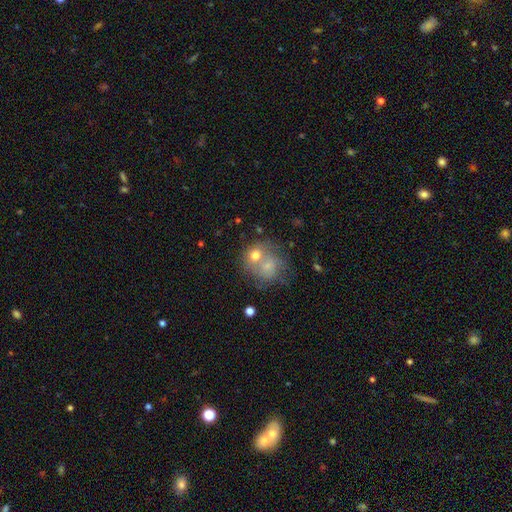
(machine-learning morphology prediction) The model was most divided on "merging": merger: 57%, none: 27%, minor disturbance: 10%, major disturbance: 7%. More confident: how rounded — round (73%); smooth or featured — smooth (64%).